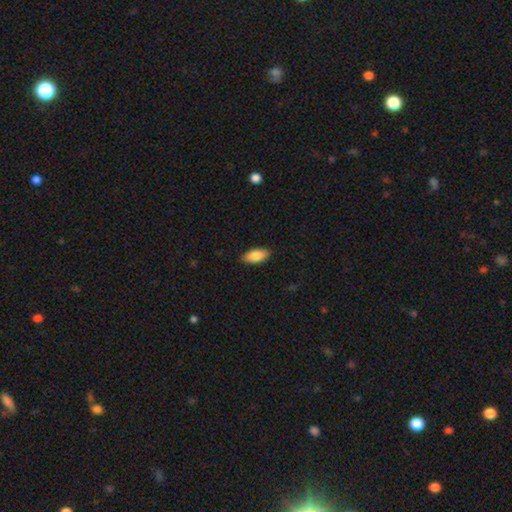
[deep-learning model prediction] A smooth galaxy with no disk features (86%) that is in between round and cigar-shaped (86%). Merging: none (87%).